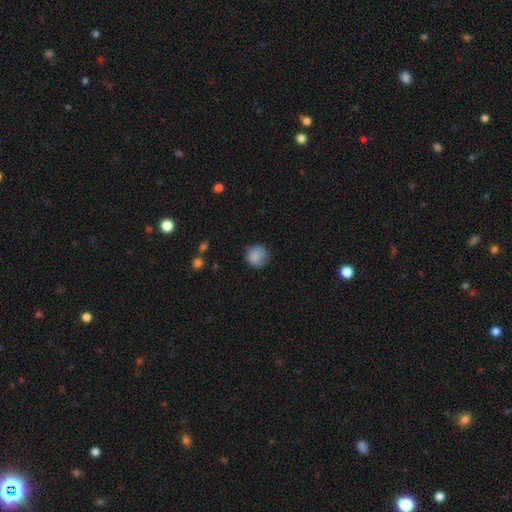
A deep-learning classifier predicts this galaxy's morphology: Smooth or featured: smooth — 85% (star or artifact — 8%)
How rounded: round — 88% (in between — 11%)
Merging: none — 72% (minor disturbance — 21%)